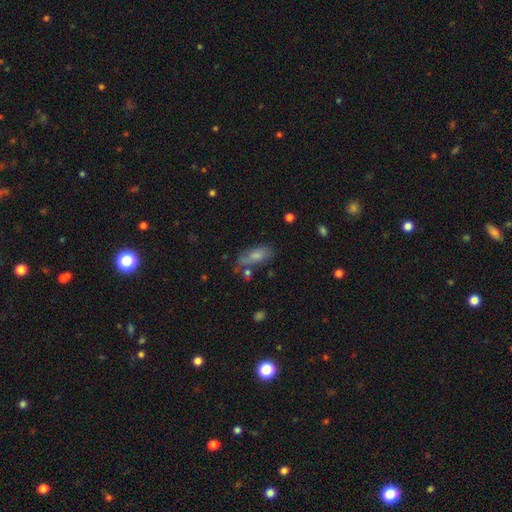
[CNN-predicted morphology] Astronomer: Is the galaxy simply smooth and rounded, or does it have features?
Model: smooth — 73%.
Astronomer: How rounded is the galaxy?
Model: in between — 80%.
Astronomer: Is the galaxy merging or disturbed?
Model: none — 57%.